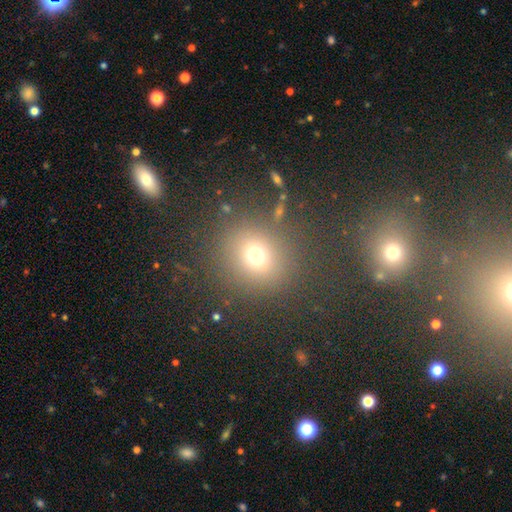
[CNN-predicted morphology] type=smooth (70%); roundness=round (85%); merging=none (83%).